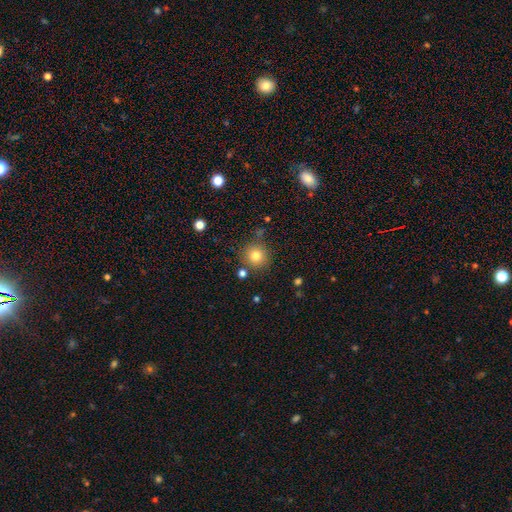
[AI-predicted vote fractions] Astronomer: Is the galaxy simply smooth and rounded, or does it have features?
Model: smooth — 81%.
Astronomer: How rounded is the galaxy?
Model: round — 93%.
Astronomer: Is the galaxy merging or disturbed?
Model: none — 83%.